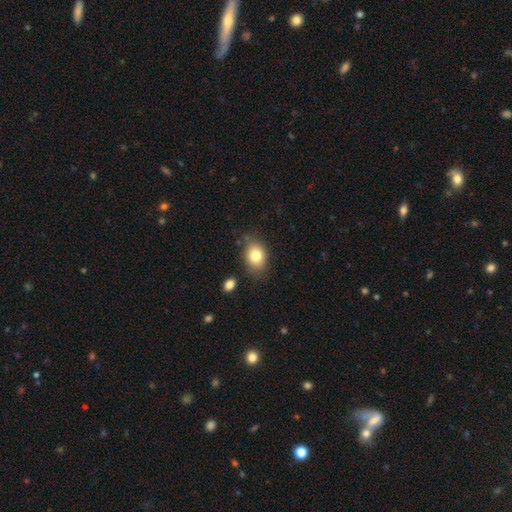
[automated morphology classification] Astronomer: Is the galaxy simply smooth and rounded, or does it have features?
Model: smooth — 80%.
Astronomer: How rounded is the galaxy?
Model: in between — 63%.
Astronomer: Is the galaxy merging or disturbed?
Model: none — 74%.